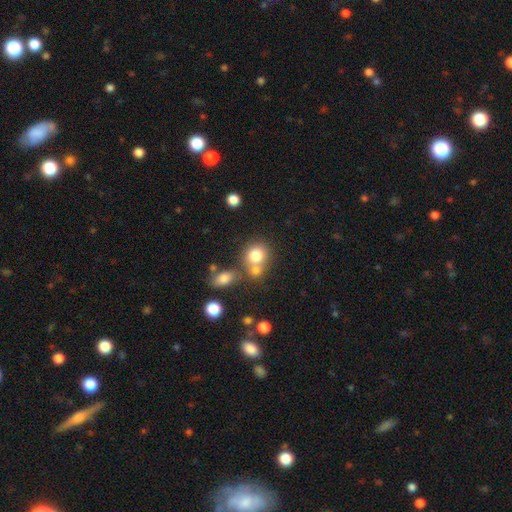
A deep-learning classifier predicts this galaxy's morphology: This appears to be a smooth galaxy with no disk features (79%) that is round (74%). Merging: none (46%).